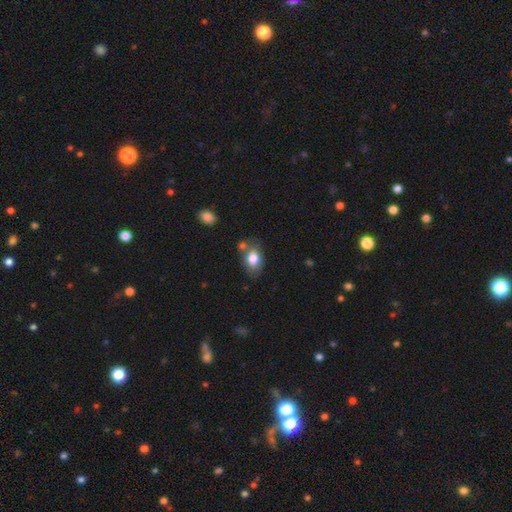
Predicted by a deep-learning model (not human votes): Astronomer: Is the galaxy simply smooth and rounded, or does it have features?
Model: smooth — 73%.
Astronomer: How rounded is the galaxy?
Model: in between — 67%.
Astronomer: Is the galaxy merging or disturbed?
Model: none — 68%.